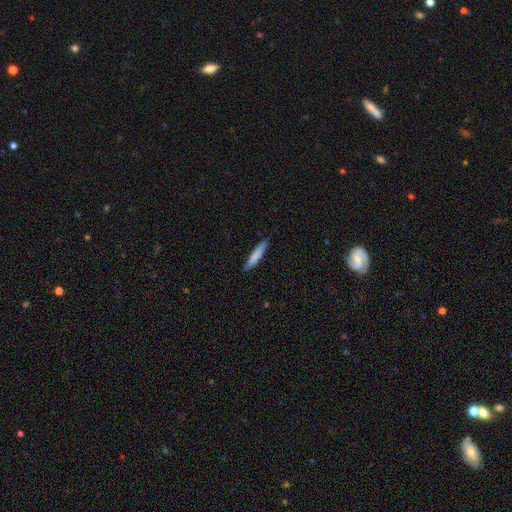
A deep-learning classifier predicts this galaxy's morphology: smooth-or-featured: smooth: 79% | featured or disk: 16% | star or artifact: 5%
  how-rounded: cigar-shaped: 92% | in between: 6% | round: 1%
  merging: none: 86% | minor disturbance: 11% | major disturbance: 2% | merger: 1%